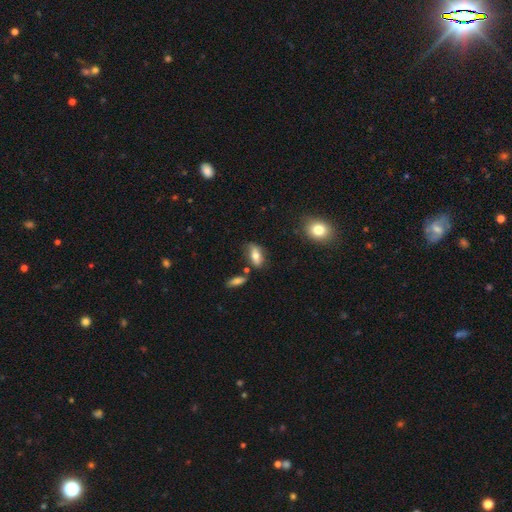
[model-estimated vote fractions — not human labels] This is likely a smooth galaxy (67%). How rounded: clearly in between (84%). Merging: likely none (62%).